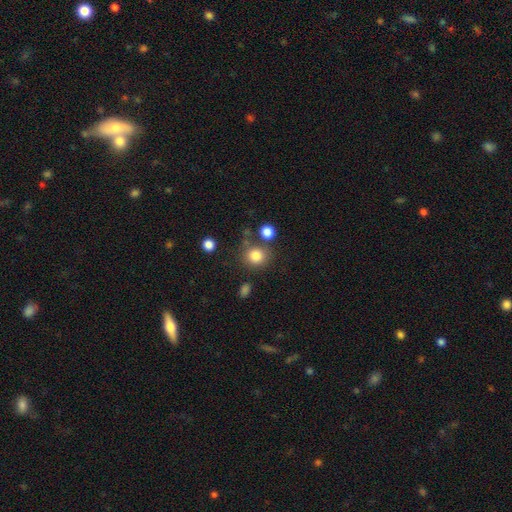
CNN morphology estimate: Smooth or featured: smooth — 82% (star or artifact — 12%)
How rounded: round — 85% (in between — 14%)
Merging: none — 73% (minor disturbance — 11%)